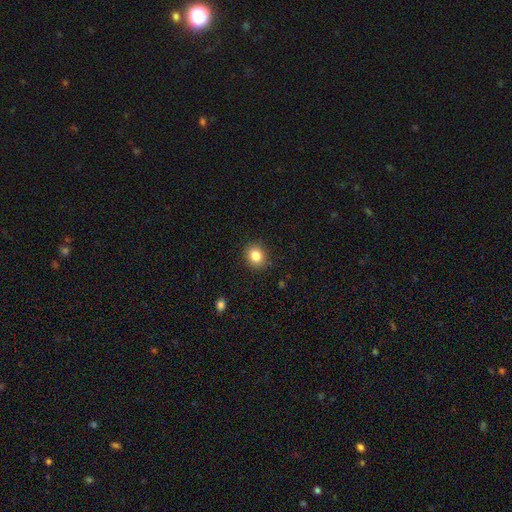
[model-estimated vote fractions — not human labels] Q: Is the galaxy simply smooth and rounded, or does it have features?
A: smooth — 84%.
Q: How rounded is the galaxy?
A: round — 70%.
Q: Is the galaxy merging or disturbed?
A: none — 89%.